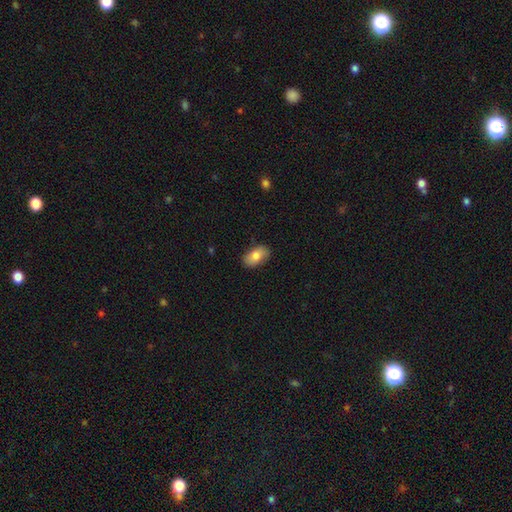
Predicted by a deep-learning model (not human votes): smooth_or_featured: smooth (p=0.79) [alt: featured or disk p=0.14]
how_rounded: in between (p=0.93) [alt: round p=0.05]
merging: none (p=0.85) [alt: minor disturbance p=0.12]